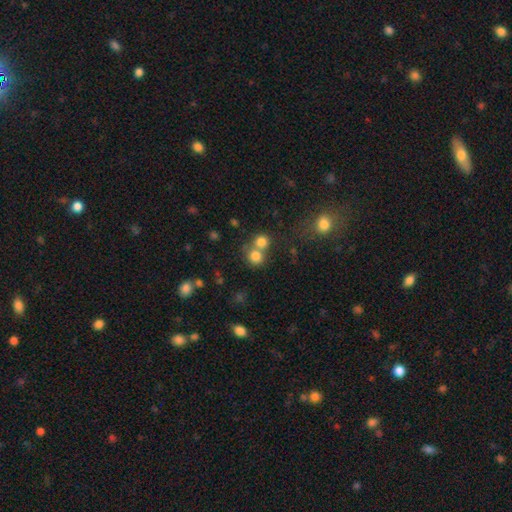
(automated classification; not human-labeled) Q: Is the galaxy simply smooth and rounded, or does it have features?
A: smooth — 78%.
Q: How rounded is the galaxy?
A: round — 87%.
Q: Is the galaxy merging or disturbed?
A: none — 46%.